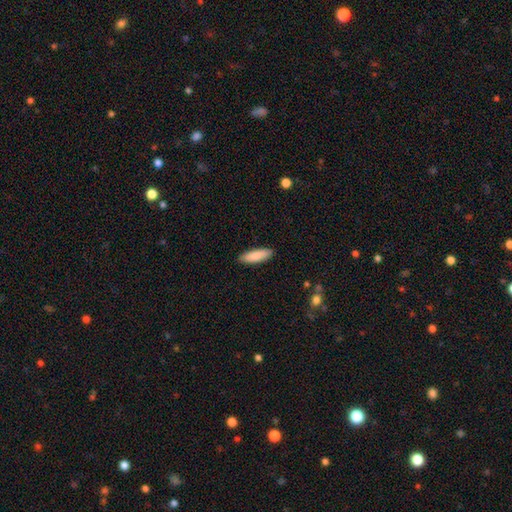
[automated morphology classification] smooth 87%, featured or disk 8%, star or artifact 5%. Down the decision tree: how rounded — cigar-shaped (52%); merging — none (90%).